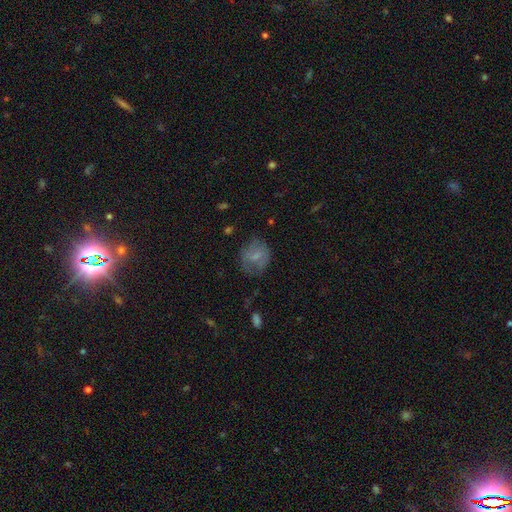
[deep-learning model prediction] smooth_or_featured: smooth (p=0.63) [alt: featured or disk p=0.27]
how_rounded: round (p=0.64) [alt: in between p=0.35]
merging: none (p=0.56) [alt: minor disturbance p=0.25]